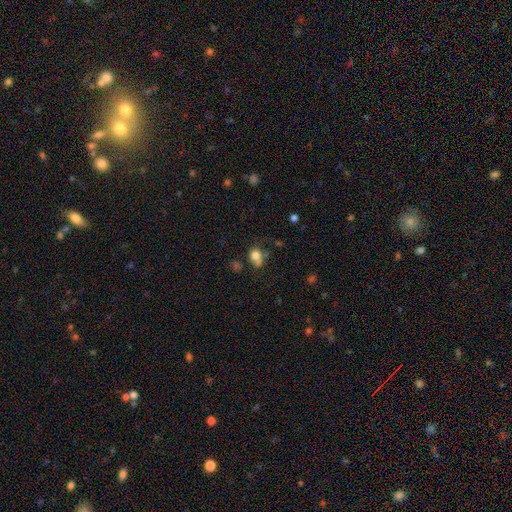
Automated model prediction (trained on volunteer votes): Q: Smooth or featured?
A: smooth (76%); runner-up: star or artifact (12%)
Q: How rounded?
A: round (53%); runner-up: in between (45%)
Q: Merging?
A: none (43%); runner-up: minor disturbance (23%)